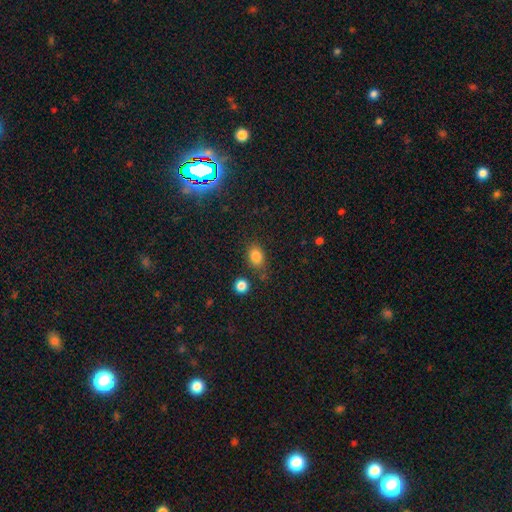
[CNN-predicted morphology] The model was most divided on "how rounded": in between: 66%, round: 32%, cigar-shaped: 2%. More confident: smooth or featured — smooth (83%); merging — none (70%).